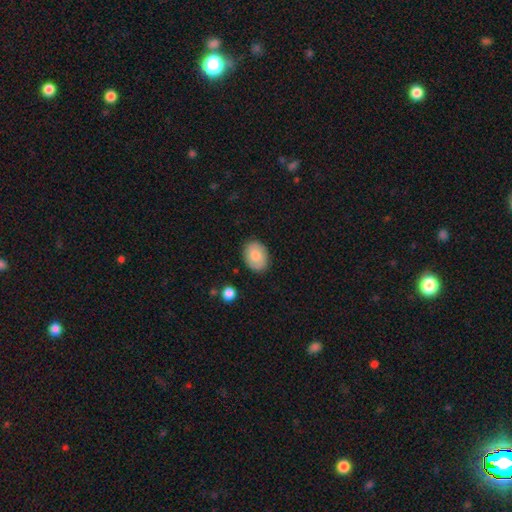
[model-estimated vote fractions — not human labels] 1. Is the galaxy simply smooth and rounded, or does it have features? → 81% smooth, 12% featured or disk, 6% star or artifact.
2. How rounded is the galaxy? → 71% in between, 28% round, 1% cigar-shaped.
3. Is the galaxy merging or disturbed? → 86% none, 10% minor disturbance, 2% major disturbance, 1% merger.